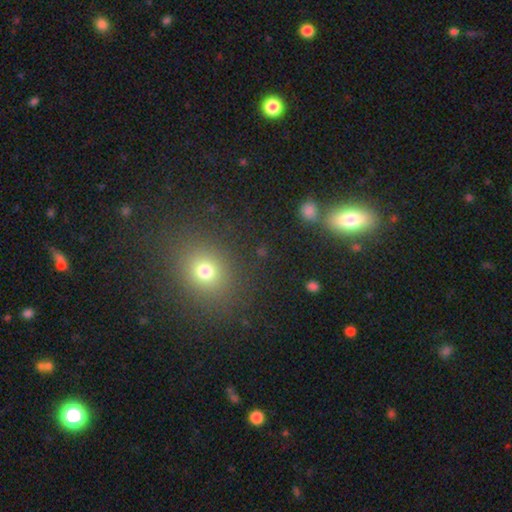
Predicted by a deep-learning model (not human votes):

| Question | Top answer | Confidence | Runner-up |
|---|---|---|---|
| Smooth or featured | smooth | 61% | star or artifact (28%) |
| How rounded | round | 58% | in between (38%) |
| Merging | none | 86% | minor disturbance (7%) |